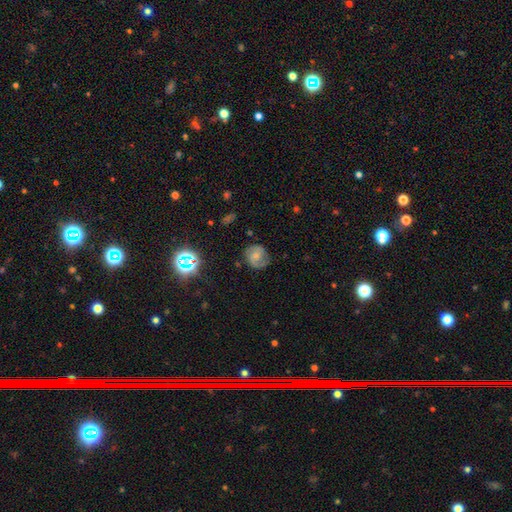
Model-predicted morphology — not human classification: featured or disk 61%, smooth 27%, star or artifact 12%. Down the decision tree: edge-on disk — no (98%); bar — no (48%); spiral arms — yes (92%); spiral arm count — 2 (82%); spiral winding — medium (48%); bulge size — moderate (36%, tied with small); merging — none (75%).